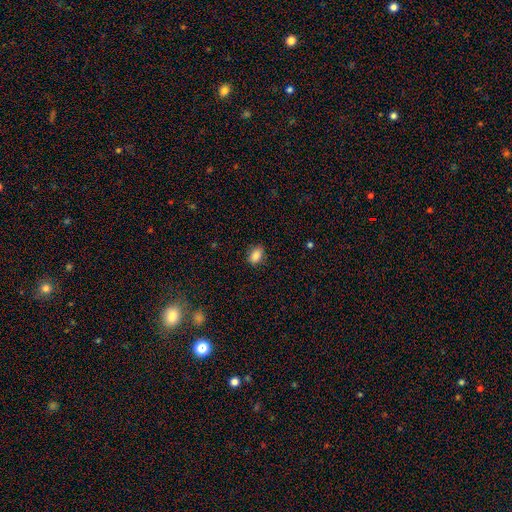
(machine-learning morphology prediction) smooth 87%, star or artifact 9%, featured or disk 5%. Down the decision tree: how rounded — in between (83%); merging — none (85%).